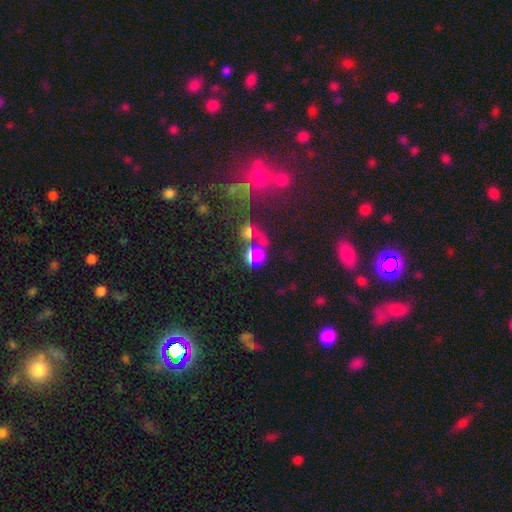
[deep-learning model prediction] A smooth galaxy with no disk features (46%). Merging: none (37%).